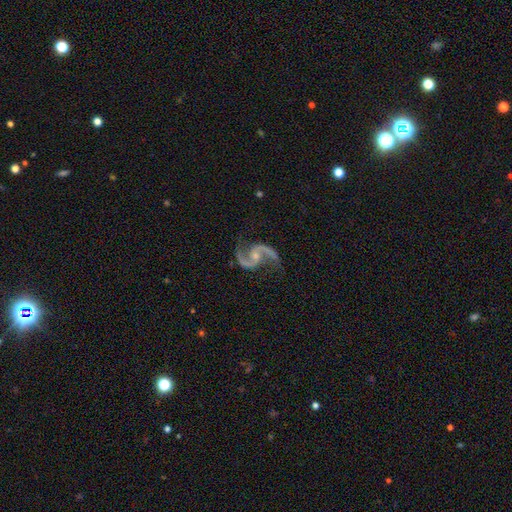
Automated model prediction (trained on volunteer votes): featured or disk 94%, star or artifact 4%, smooth 2%. Down the decision tree: edge-on disk — no (98%); bar — no (54%); spiral arms — yes (98%); spiral arm count — 2 (95%); spiral winding — loose (53%); bulge size — small (57%); merging — none (77%).